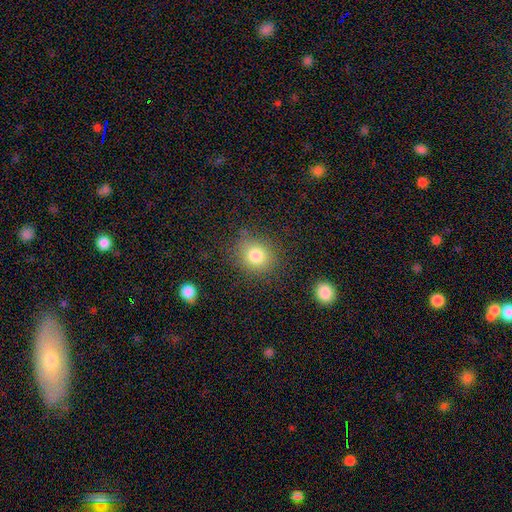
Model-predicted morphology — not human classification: The model was most divided on "how rounded": round: 75%, in between: 24%, cigar-shaped: 1%. More confident: merging — none (82%); smooth or featured — smooth (80%).